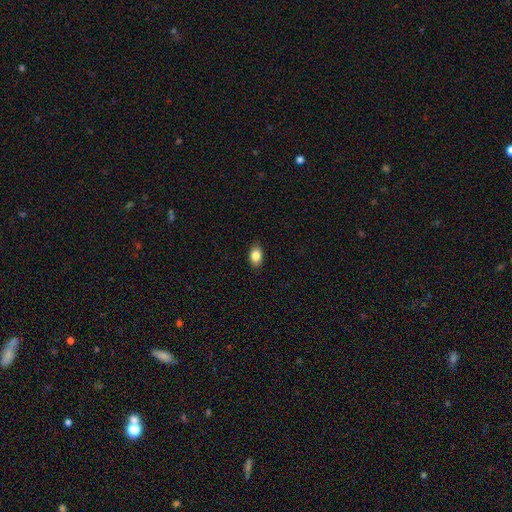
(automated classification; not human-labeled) The model was most divided on "how rounded": in between: 86%, round: 12%, cigar-shaped: 2%. More confident: merging — none (88%); smooth or featured — smooth (85%).